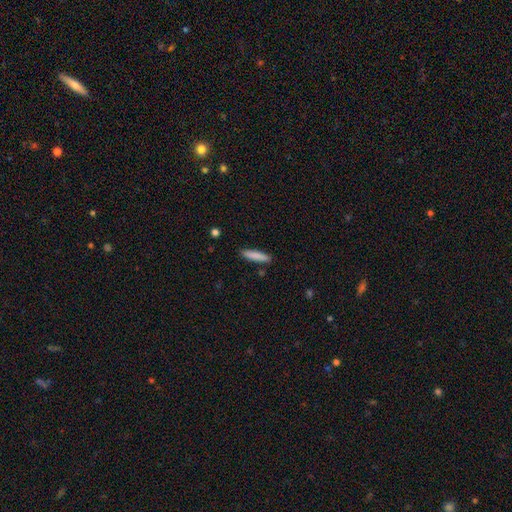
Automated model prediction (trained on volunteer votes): Smooth or featured?
  - smooth: 85% *
  - featured or disk: 9%
  - star or artifact: 6%
How rounded?
  - cigar-shaped: 84% *
  - in between: 15%
  - round: 1%
Merging?
  - none: 88% *
  - minor disturbance: 8%
  - major disturbance: 2%
  - merger: 2%